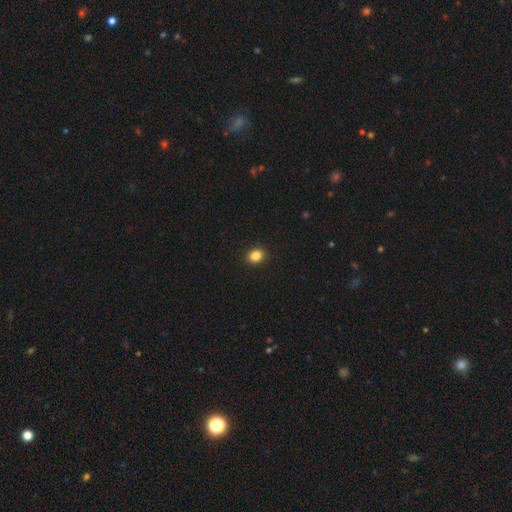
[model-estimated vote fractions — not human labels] Smooth or featured? smooth (86%)
How rounded? round (54%)
Merging? none (91%)